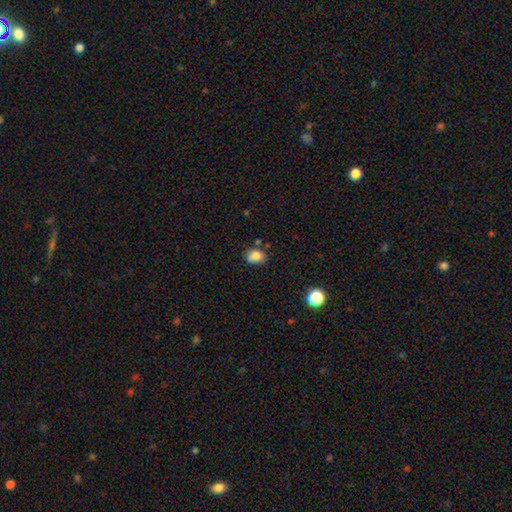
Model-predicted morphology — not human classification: Smooth or featured? Predicted: smooth (p=0.80). How rounded? Predicted: in between (p=0.62). Merging? Predicted: none (p=0.57).